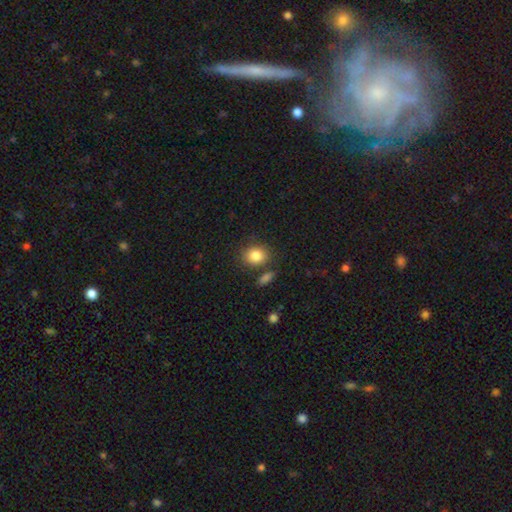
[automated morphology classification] A smooth galaxy with no disk features (85%) that is round (60%). Merging: none (73%).